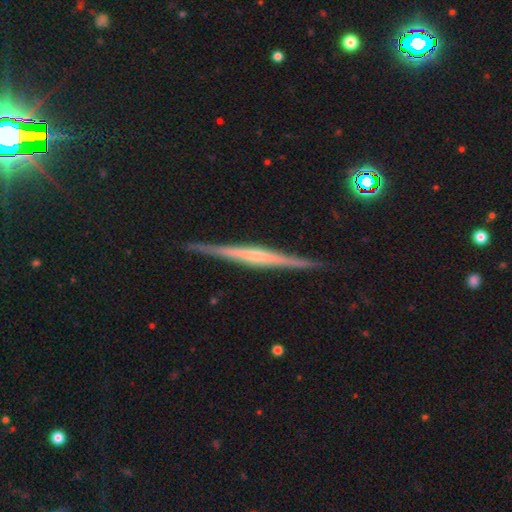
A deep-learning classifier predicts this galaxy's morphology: A featured or disk galaxy (76%) viewed edge-on (98%) with no central bulge (51%). Merging: none (90%).